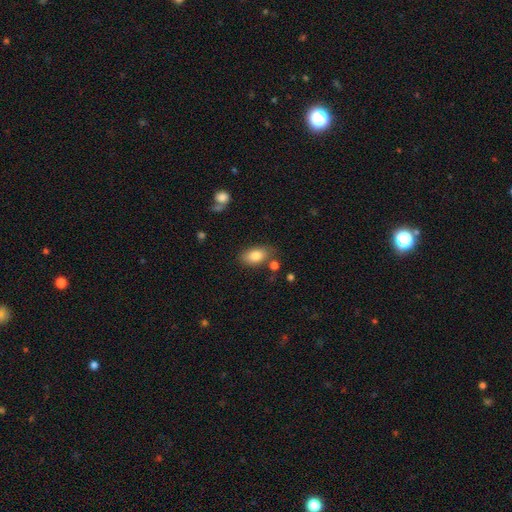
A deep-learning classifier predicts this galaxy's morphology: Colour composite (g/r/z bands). It shows a smooth galaxy with no disk features (83%) that is in between round and cigar-shaped (90%). Merging: none (72%).